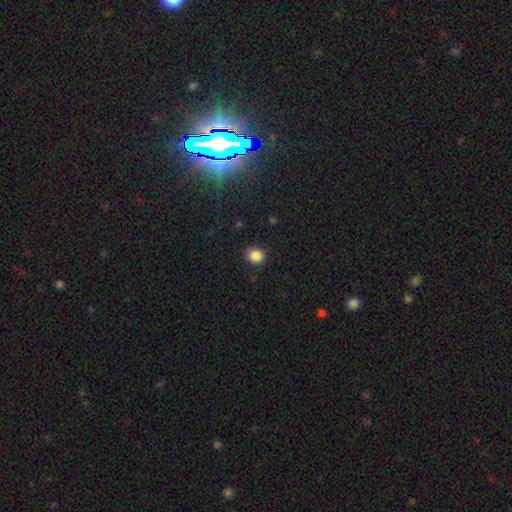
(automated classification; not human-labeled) A smooth galaxy with no disk features (85%) that is round (79%).

Vote fractions:
- Smooth or featured? smooth: 85% / star or artifact: 11% / featured or disk: 4%
- How rounded? round: 79% / in between: 20% / cigar-shaped: 1%
- Merging? none: 85% / minor disturbance: 11% / major disturbance: 3% / merger: 1%